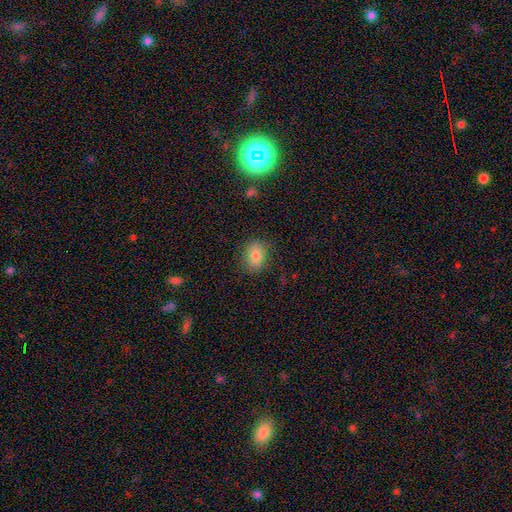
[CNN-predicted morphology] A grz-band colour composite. It shows a smooth galaxy with no disk features (80%) that is in between round and cigar-shaped (61%). Merging: none (81%).